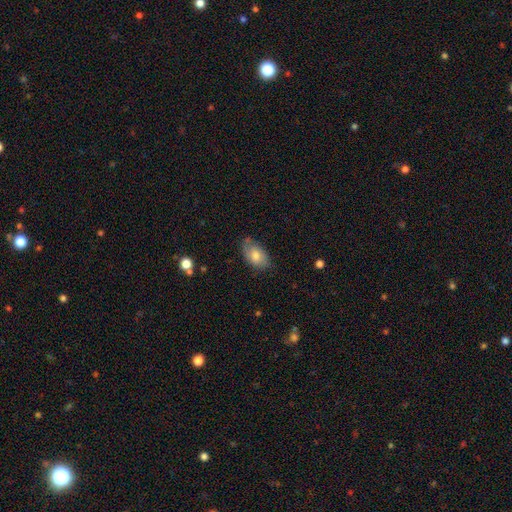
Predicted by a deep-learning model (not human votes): Morphology: type=smooth (63%); roundness=in between (90%); merging=none (69%).